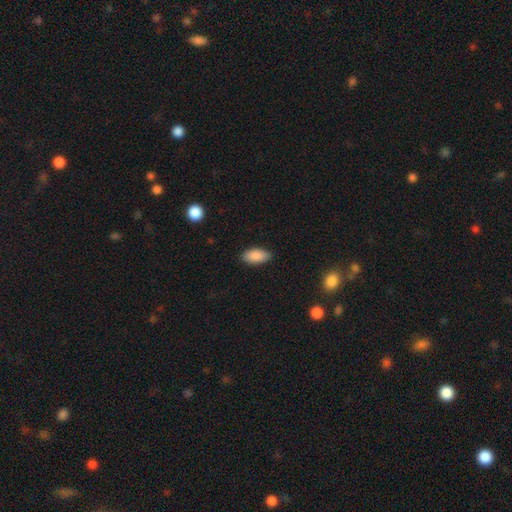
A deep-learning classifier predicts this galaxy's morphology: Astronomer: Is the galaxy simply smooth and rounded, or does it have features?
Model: smooth — 89%.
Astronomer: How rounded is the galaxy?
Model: in between — 92%.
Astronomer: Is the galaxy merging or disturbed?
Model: none — 86%.